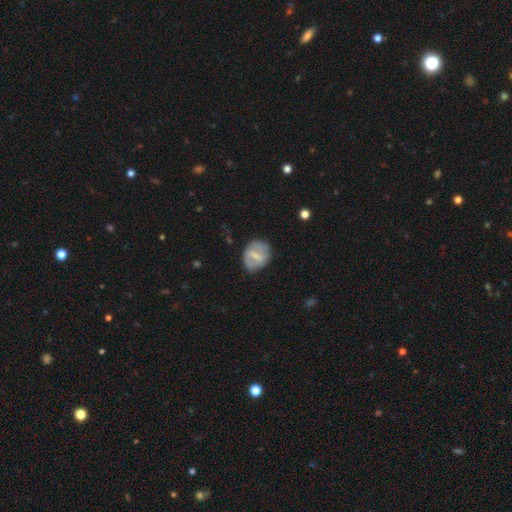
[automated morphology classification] Overall: smooth (48%; featured or disk 45%). Merging: none (65%).